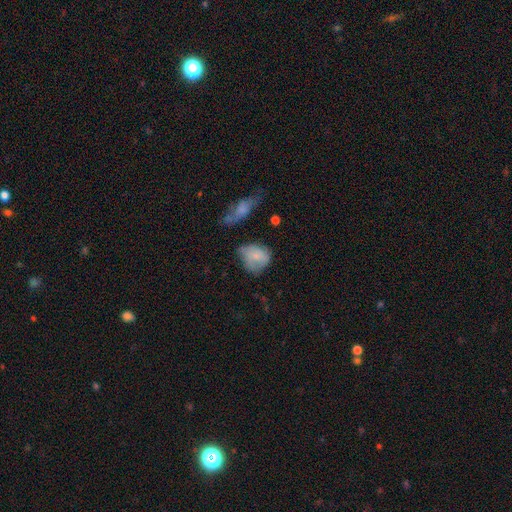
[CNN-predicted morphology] smooth-or-featured: smooth: 74% | featured or disk: 18% | star or artifact: 8%
  how-rounded: round: 53% | in between: 45% | cigar-shaped: 2%
  merging: none: 40% | minor disturbance: 37% | major disturbance: 18% | merger: 6%